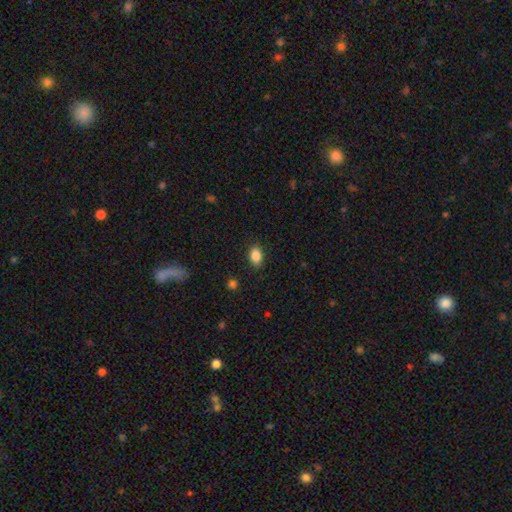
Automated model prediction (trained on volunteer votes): Q: Smooth or featured?
A: smooth (87%); runner-up: star or artifact (8%)
Q: How rounded?
A: in between (86%); runner-up: round (12%)
Q: Merging?
A: none (87%); runner-up: minor disturbance (9%)